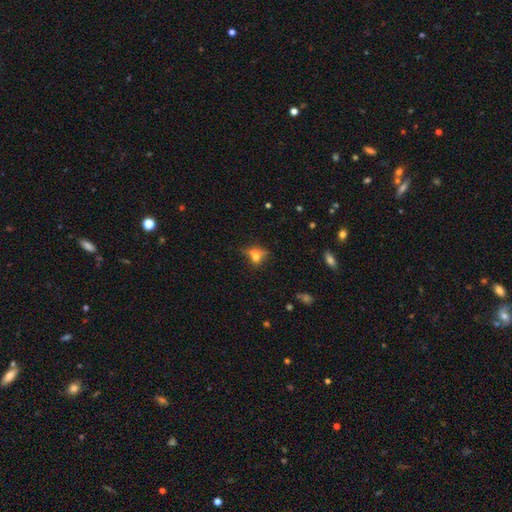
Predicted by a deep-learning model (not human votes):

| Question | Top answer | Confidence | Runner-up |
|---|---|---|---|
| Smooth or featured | smooth | 62% | featured or disk (20%) |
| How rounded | round | 55% | in between (40%) |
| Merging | none | 47% | merger (22%) |